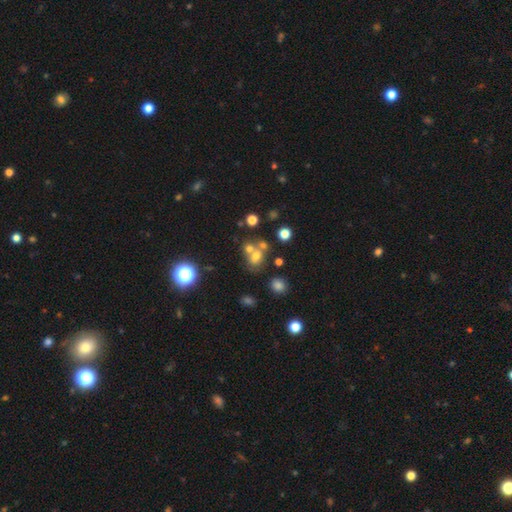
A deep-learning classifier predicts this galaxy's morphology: Smooth or featured: smooth — 57% (star or artifact — 23%)
How rounded: round — 57% (in between — 42%)
Merging: merger — 43% (none — 40%)